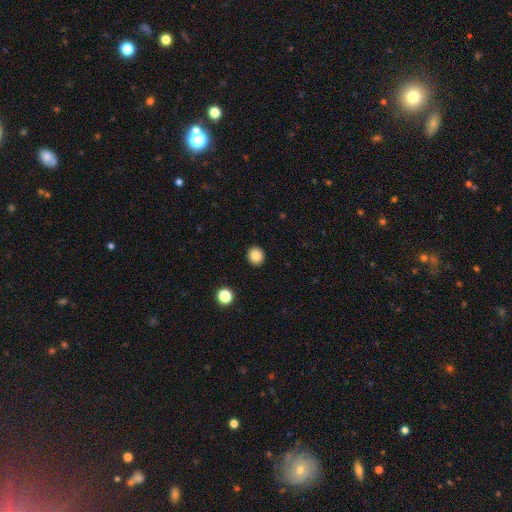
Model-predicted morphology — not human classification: The model was most divided on "smooth or featured": smooth: 84%, star or artifact: 10%, featured or disk: 6%. More confident: merging — none (93%); how rounded — round (87%).